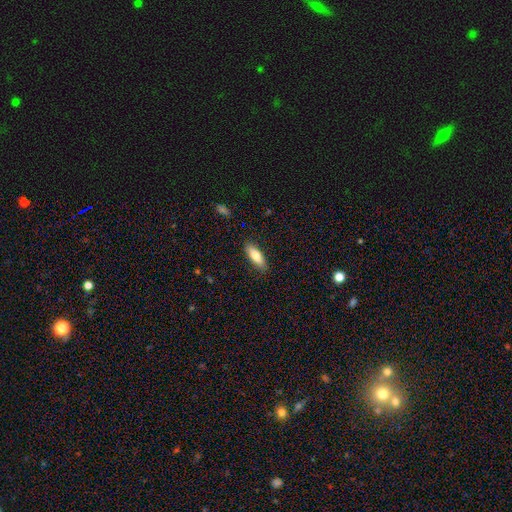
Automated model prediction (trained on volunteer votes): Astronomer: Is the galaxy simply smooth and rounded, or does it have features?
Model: smooth — 77%.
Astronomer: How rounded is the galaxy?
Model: in between — 65%.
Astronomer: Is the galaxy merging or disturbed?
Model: none — 87%.